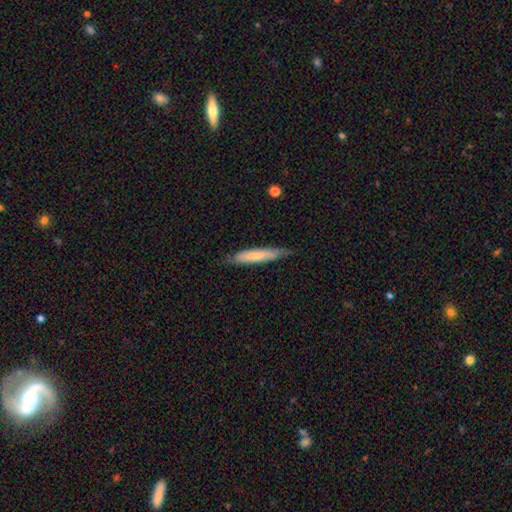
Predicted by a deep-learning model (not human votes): smooth 65%, featured or disk 29%, star or artifact 6%. Down the decision tree: how rounded — cigar-shaped (89%); merging — none (77%).